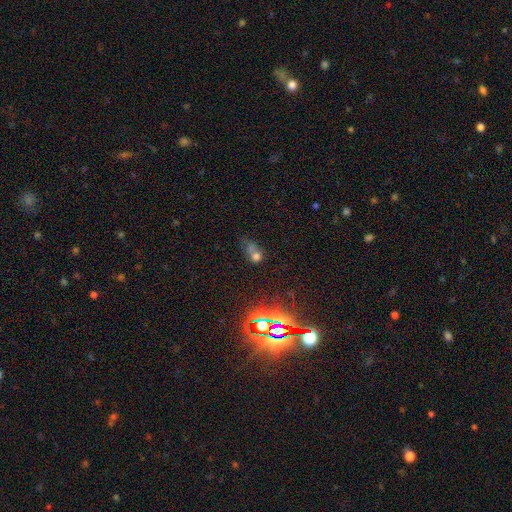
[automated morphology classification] A smooth galaxy with no disk features (57%) that is in between round and cigar-shaped (50%).

Vote fractions:
- Smooth or featured? smooth: 57% / star or artifact: 27% / featured or disk: 16%
- How rounded? in between: 50% / round: 46% / cigar-shaped: 4%
- Merging? merger: 33% / none: 28% / major disturbance: 21% / minor disturbance: 18%